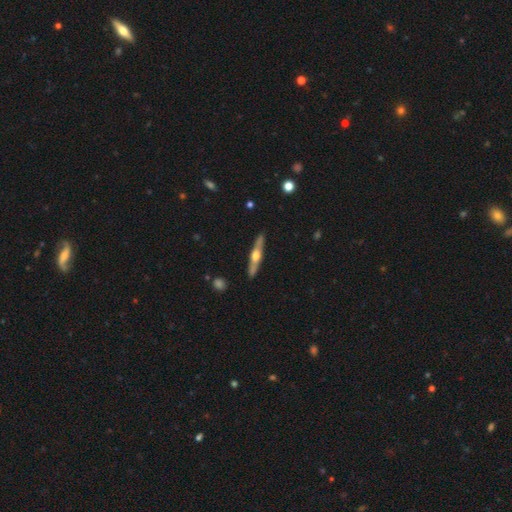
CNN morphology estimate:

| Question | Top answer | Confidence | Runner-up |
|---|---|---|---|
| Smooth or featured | featured or disk | 68% | smooth (27%) |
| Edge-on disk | yes | 96% | no (4%) |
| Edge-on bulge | rounded | 92% | boxy (4%) |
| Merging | none | 89% | minor disturbance (8%) |